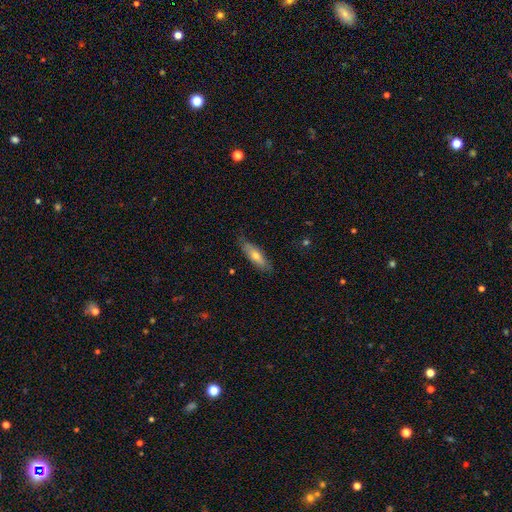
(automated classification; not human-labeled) smooth_or_featured: smooth (p=0.60) [alt: featured or disk p=0.34]
how_rounded: cigar-shaped (p=0.56) [alt: in between p=0.42]
merging: none (p=0.77) [alt: minor disturbance p=0.19]